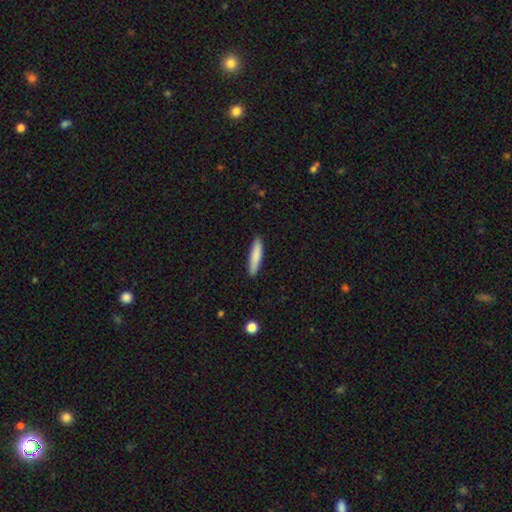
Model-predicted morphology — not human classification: smooth 83%, featured or disk 11%, star or artifact 6%. Down the decision tree: how rounded — cigar-shaped (86%); merging — none (90%).